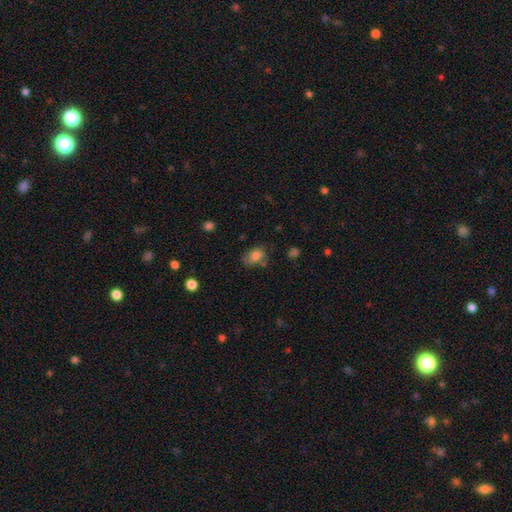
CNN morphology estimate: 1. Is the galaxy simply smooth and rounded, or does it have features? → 76% smooth, 13% featured or disk, 11% star or artifact.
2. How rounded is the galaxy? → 78% in between, 21% round, 1% cigar-shaped.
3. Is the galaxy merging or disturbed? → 50% none, 28% minor disturbance, 14% major disturbance, 8% merger.